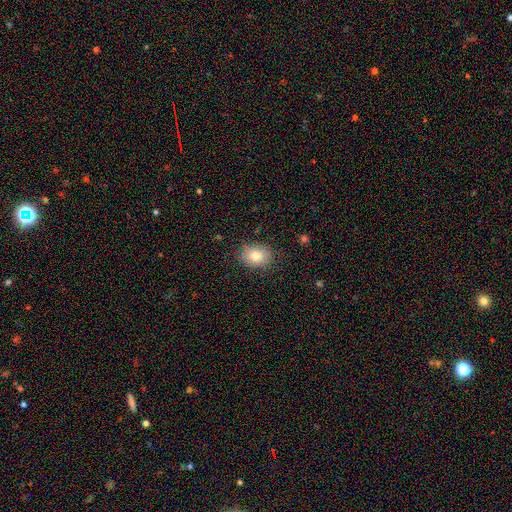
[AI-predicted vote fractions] A smooth galaxy with no disk features (81%) that is in between round and cigar-shaped (64%). Merging: none (85%).